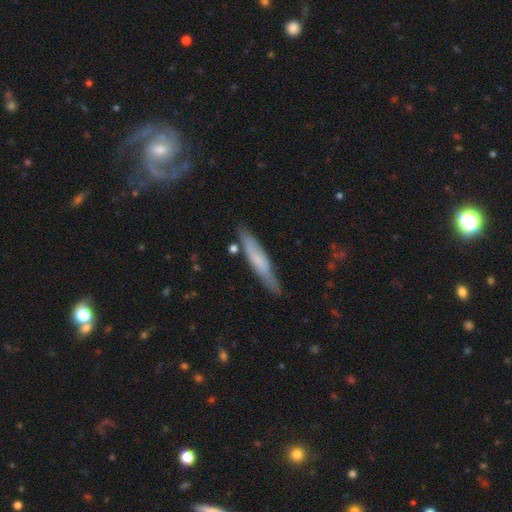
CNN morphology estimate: This is possibly a smooth galaxy (51%). How rounded: clearly cigar-shaped (90%). Merging: likely none (78%).